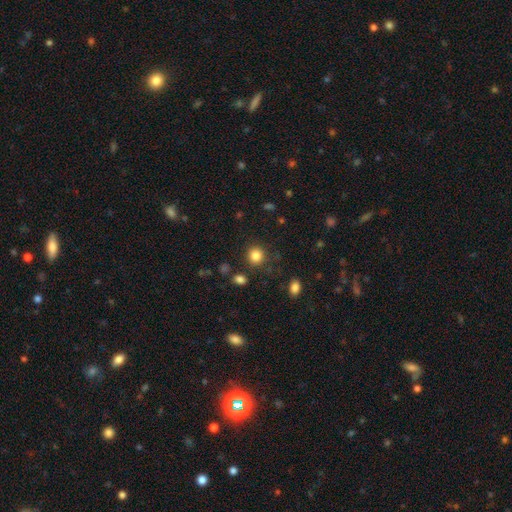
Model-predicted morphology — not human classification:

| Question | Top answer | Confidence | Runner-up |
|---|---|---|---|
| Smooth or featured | smooth | 84% | star or artifact (11%) |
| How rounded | round | 88% | in between (11%) |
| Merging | none | 85% | minor disturbance (8%) |